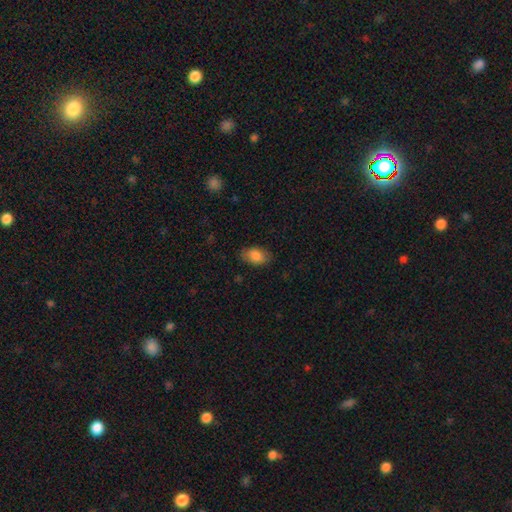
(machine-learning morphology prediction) This appears to be a smooth galaxy with no disk features (85%) that is in between round and cigar-shaped (90%). Merging: none (80%).